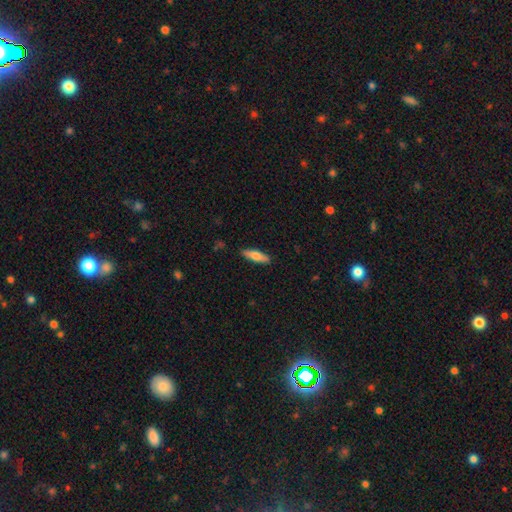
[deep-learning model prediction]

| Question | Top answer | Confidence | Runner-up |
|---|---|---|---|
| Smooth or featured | smooth | 66% | featured or disk (28%) |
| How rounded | cigar-shaped | 61% | in between (37%) |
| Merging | none | 88% | minor disturbance (9%) |